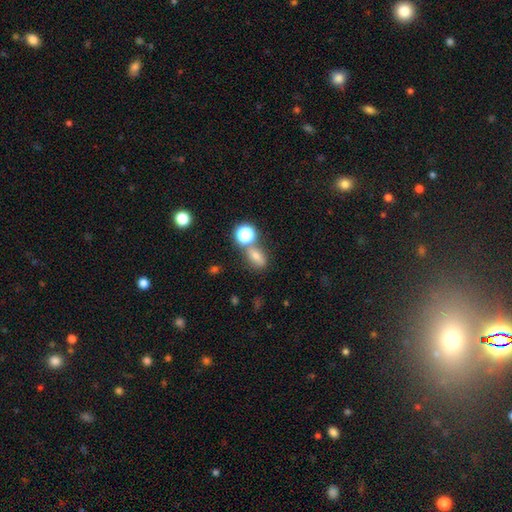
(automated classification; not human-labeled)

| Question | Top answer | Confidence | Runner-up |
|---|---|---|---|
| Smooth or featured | smooth | 64% | star or artifact (21%) |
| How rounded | in between | 61% | round (30%) |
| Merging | none | 63% | merger (20%) |